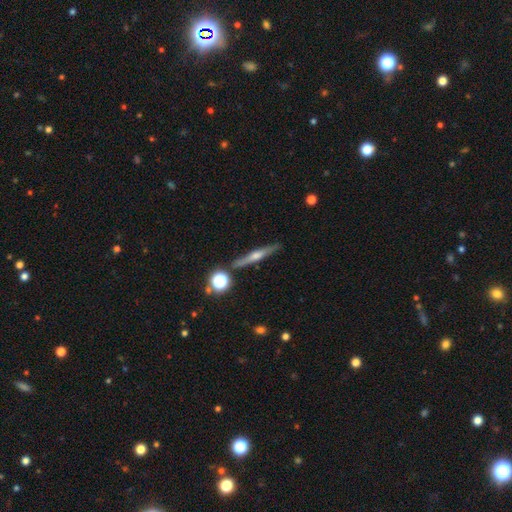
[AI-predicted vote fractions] A featured or disk galaxy (68%) viewed edge-on (97%) with a rounded central bulge (86%). Merging: none (87%).